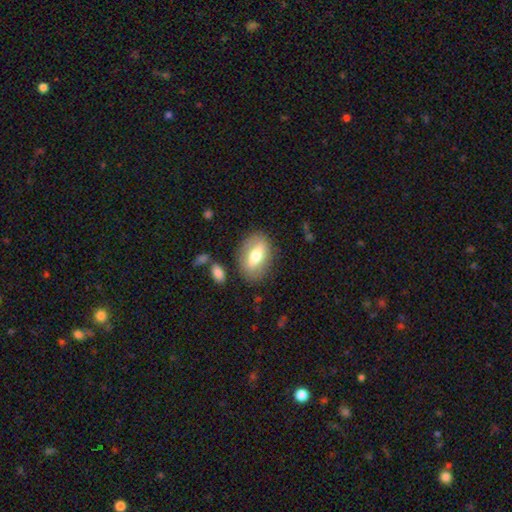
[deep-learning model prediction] Morphology: type=smooth (60%); roundness=in between (83%); merging=none (79%).